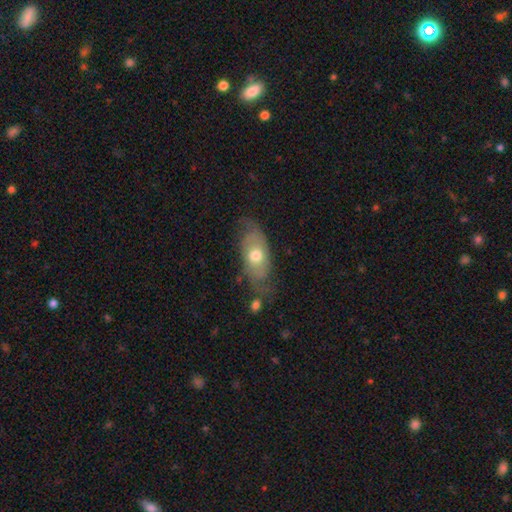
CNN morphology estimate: A featured or disk galaxy (47%). Merging: none (58%).